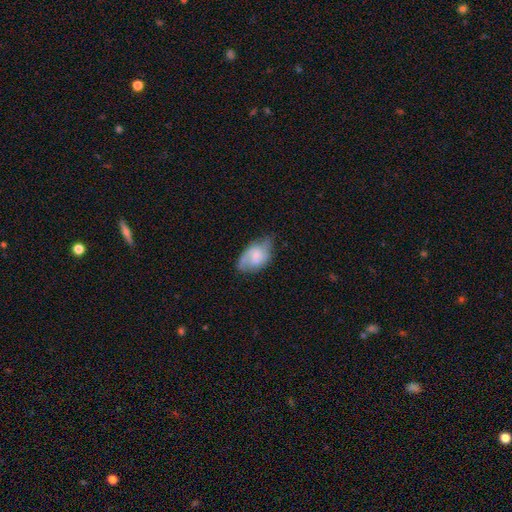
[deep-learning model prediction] Smooth or featured?
  - smooth: 48% *
  - featured or disk: 45%
  - star or artifact: 7%
Merging?
  - none: 52% *
  - minor disturbance: 33%
  - major disturbance: 13%
  - merger: 2%